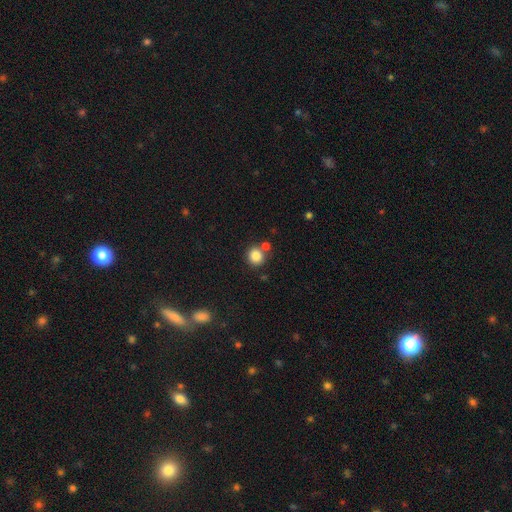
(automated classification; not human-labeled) smooth_or_featured: smooth (p=0.84) [alt: star or artifact p=0.10]
how_rounded: round (p=0.90) [alt: in between p=0.09]
merging: none (p=0.72) [alt: merger p=0.17]